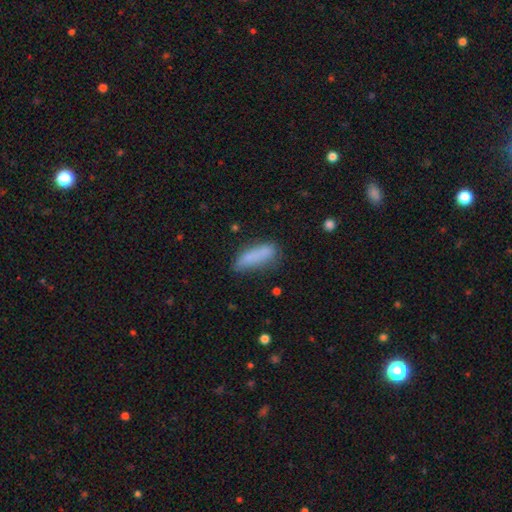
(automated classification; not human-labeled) This is clearly a smooth galaxy (82%). How rounded: possibly cigar-shaped (52%). Merging: likely none (63%).